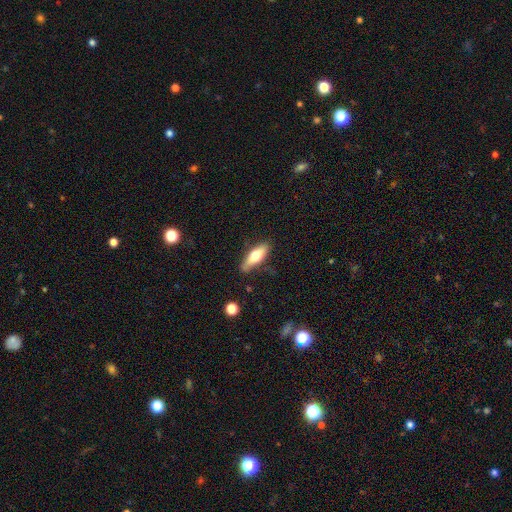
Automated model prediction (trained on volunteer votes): smooth 59%, featured or disk 35%, star or artifact 6%. Down the decision tree: how rounded — in between (54%); merging — none (76%).